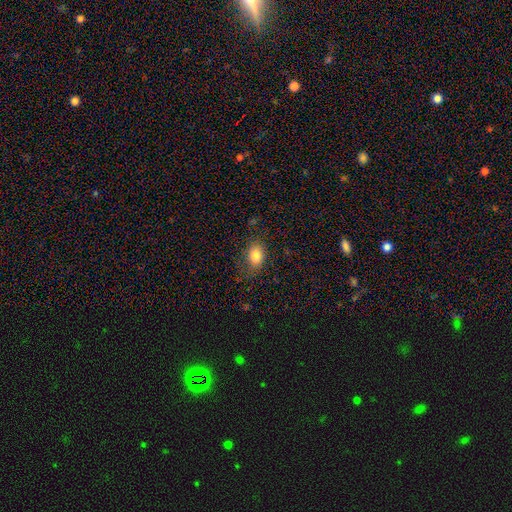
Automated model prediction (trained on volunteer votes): Q: Smooth or featured?
A: smooth (83%); runner-up: star or artifact (9%)
Q: How rounded?
A: in between (76%); runner-up: round (23%)
Q: Merging?
A: none (73%); runner-up: minor disturbance (19%)